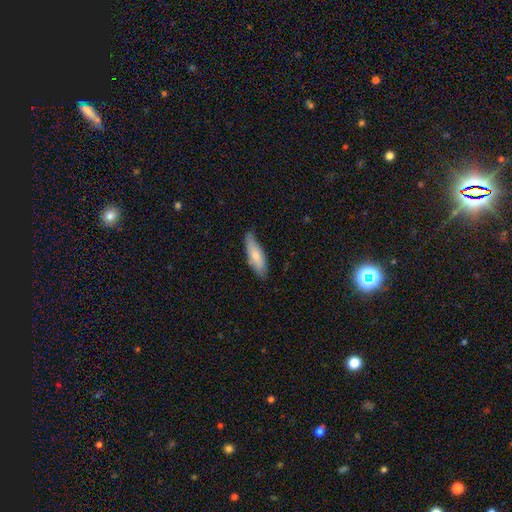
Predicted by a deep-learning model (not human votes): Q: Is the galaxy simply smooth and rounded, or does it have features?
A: smooth — 75%.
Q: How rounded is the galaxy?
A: cigar-shaped — 52%.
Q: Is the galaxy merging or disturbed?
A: none — 74%.